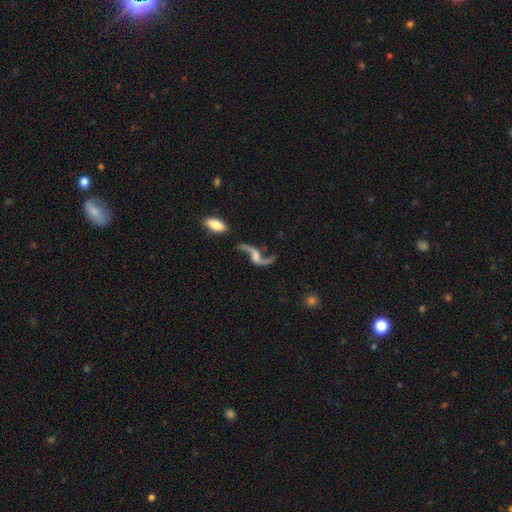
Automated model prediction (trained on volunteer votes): Morphology: type=featured or disk (88%); edge-on=no (94%); bar=no (50%); spiral arms=yes (95%); winding=loose (94%); arm count=2 (93%); bulge=none (33%); merging=none (63%).